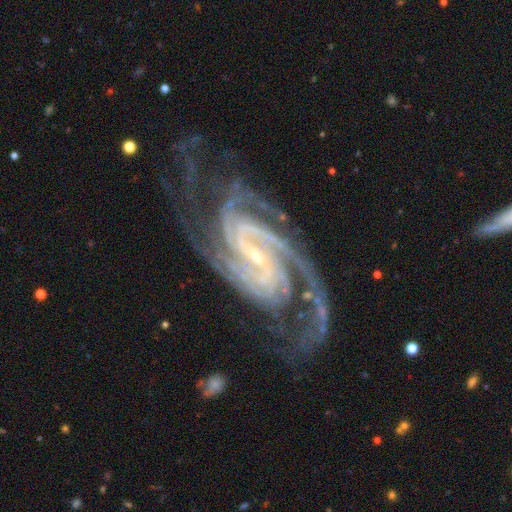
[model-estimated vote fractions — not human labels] This appears to be a featured or disk galaxy (93%) with a strong bar (41%), 2 (29%) tight (50%) spiral arms (99%) and a small central bulge (81%). Merging: none (66%).